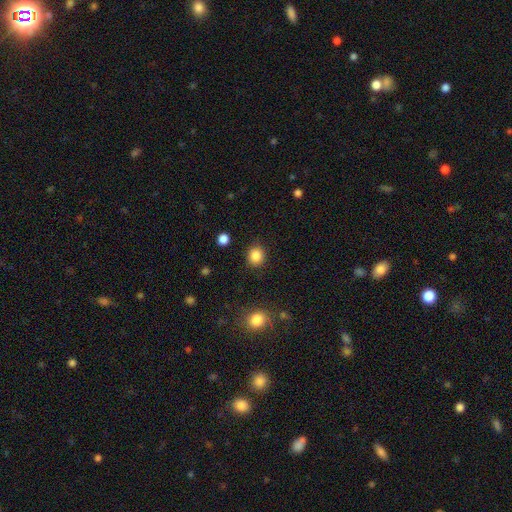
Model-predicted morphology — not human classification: type=smooth (86%); roundness=round (85%); merging=none (89%).